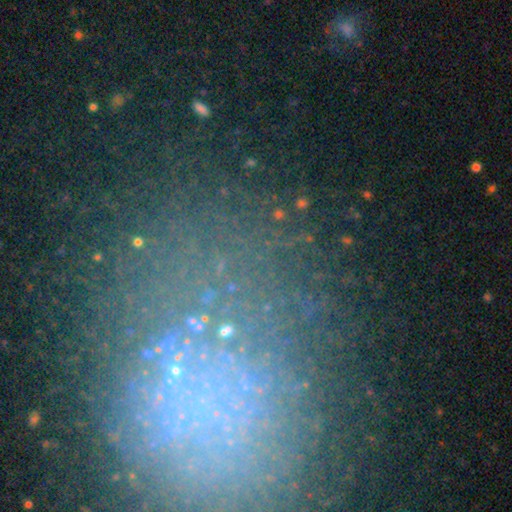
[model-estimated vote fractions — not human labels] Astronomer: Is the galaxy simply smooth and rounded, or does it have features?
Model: star or artifact — 56%.